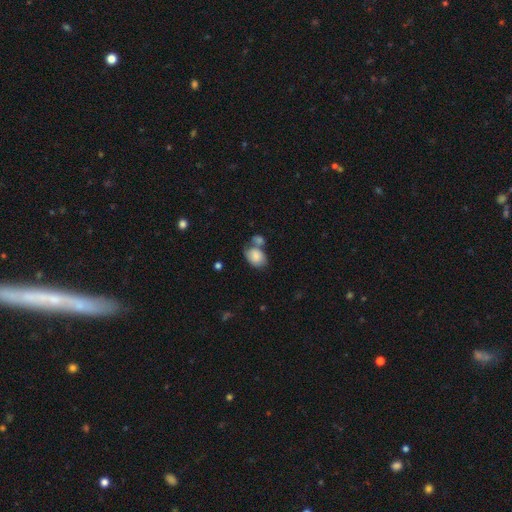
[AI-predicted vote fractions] smooth 82%, featured or disk 11%, star or artifact 7%. Down the decision tree: how rounded — in between (73%); merging — merger (38%, tied with none).